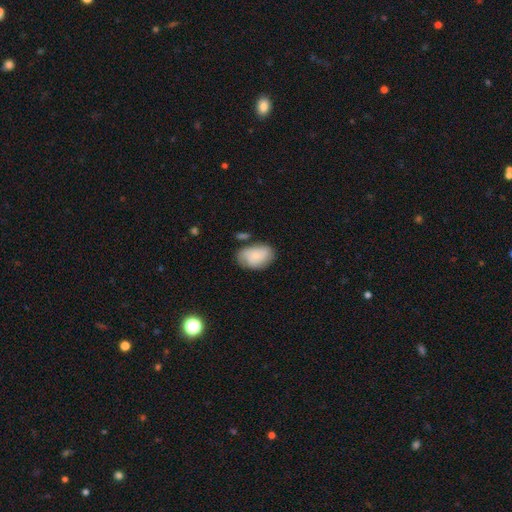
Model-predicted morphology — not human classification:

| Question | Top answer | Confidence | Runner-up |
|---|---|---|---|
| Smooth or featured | smooth | 73% | featured or disk (20%) |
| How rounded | in between | 89% | round (10%) |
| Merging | none | 60% | minor disturbance (24%) |